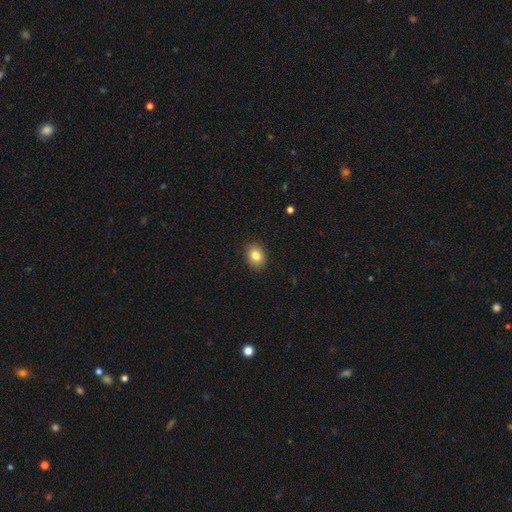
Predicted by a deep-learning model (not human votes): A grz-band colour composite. It shows a smooth galaxy with no disk features (83%) that is in between round and cigar-shaped (53%). Merging: none (90%).